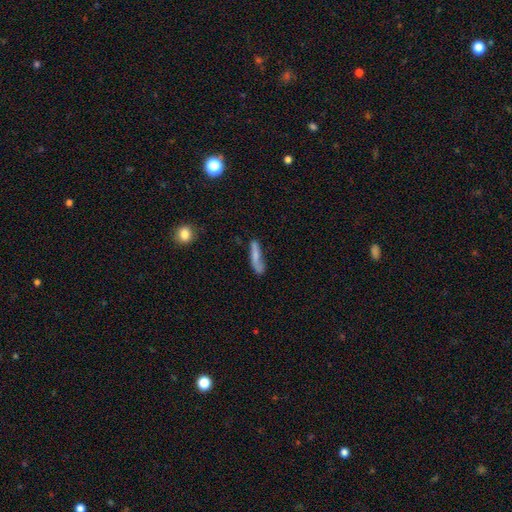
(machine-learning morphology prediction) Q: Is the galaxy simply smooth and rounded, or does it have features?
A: smooth — 65%.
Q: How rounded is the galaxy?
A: cigar-shaped — 81%.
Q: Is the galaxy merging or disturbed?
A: none — 54%.